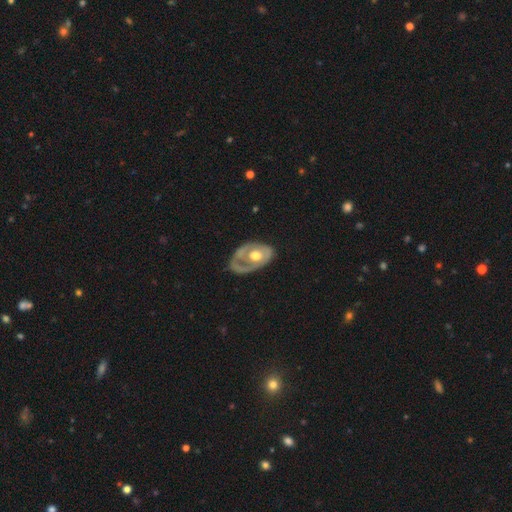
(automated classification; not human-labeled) Overall: featured or disk (65%; smooth 31%). Edge-on disk: no (94%). Bar: no (85%). Spiral arms: no (58%; yes 42%). Bulge size: moderate (71%). Merging: none (40%; minor disturbance 30%).